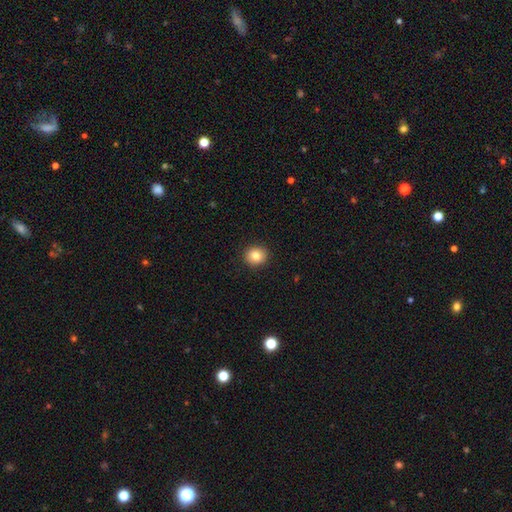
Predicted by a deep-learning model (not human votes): Q: Smooth or featured?
A: smooth (82%); runner-up: star or artifact (10%)
Q: How rounded?
A: round (86%); runner-up: in between (13%)
Q: Merging?
A: none (92%); runner-up: minor disturbance (5%)